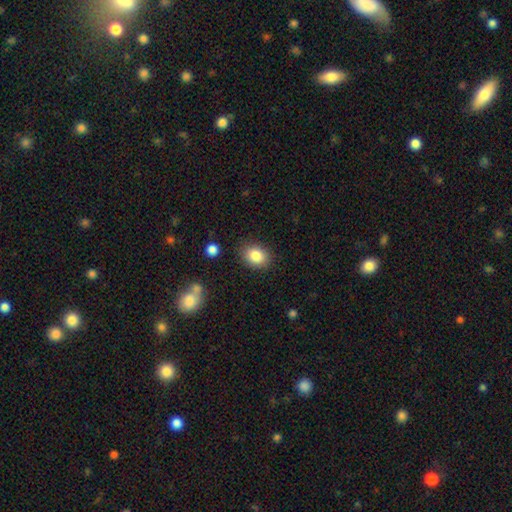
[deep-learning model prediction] Smooth or featured?
  - smooth: 85% *
  - star or artifact: 9%
  - featured or disk: 6%
How rounded?
  - in between: 59% *
  - round: 40%
  - cigar-shaped: 1%
Merging?
  - none: 84% *
  - minor disturbance: 11%
  - major disturbance: 3%
  - merger: 2%